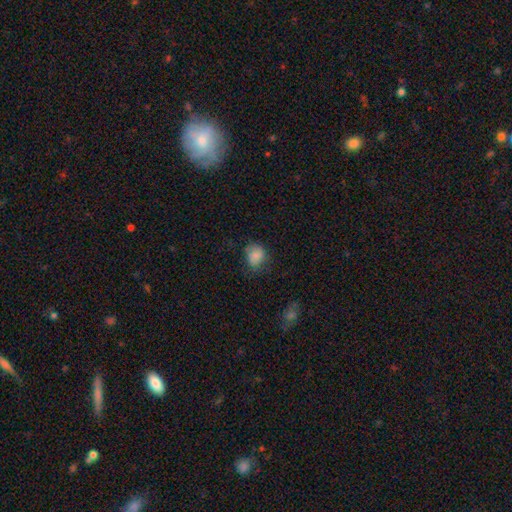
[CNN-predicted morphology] This is clearly a smooth galaxy (83%). How rounded: possibly round (60%). Merging: likely none (61%).